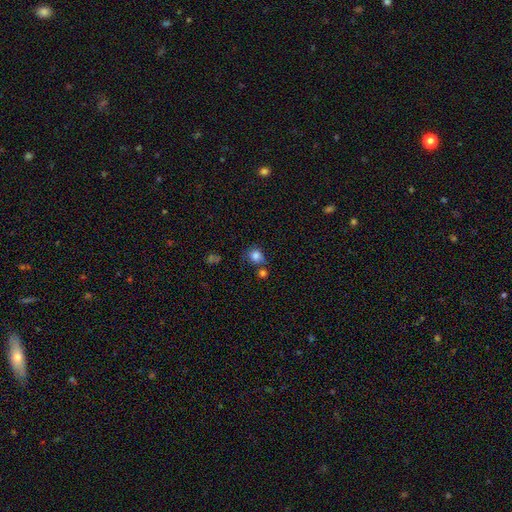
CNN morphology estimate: A smooth galaxy with no disk features (82%) that is round (80%). Merging: none (58%).